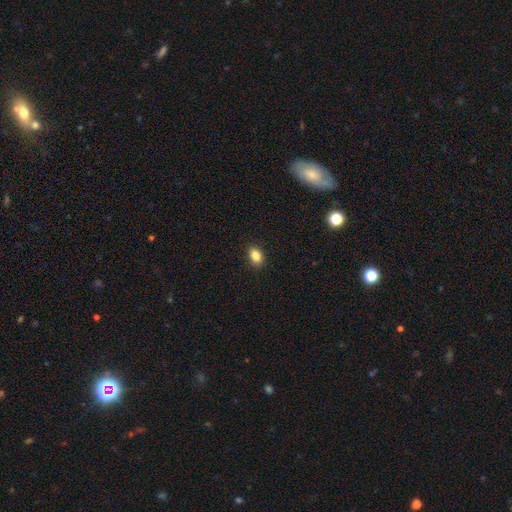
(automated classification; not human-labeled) Morphology: type=smooth (86%); roundness=in between (78%); merging=none (90%).